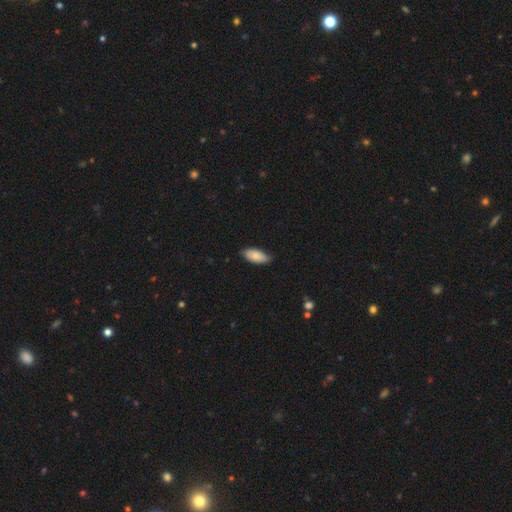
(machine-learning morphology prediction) Q: Smooth or featured?
A: smooth (80%); runner-up: featured or disk (14%)
Q: How rounded?
A: in between (89%); runner-up: cigar-shaped (9%)
Q: Merging?
A: none (78%); runner-up: minor disturbance (19%)